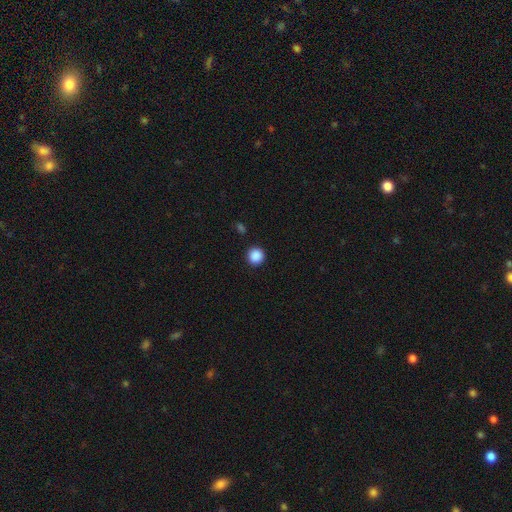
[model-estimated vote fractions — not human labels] Smooth or featured: smooth — 88% (star or artifact — 9%)
How rounded: round — 94% (in between — 5%)
Merging: none — 92% (minor disturbance — 5%)